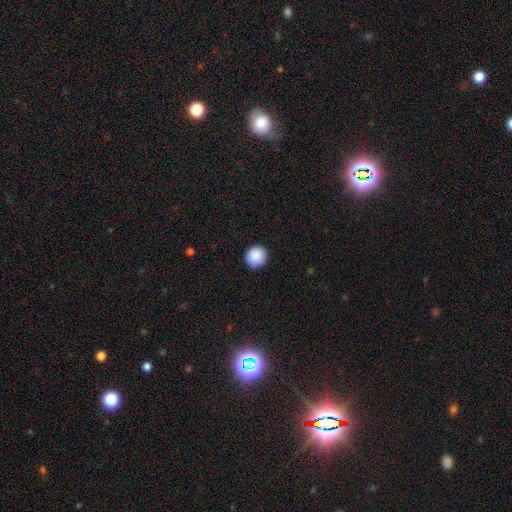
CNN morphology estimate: A smooth galaxy with no disk features (89%) that is round (94%).

Vote fractions:
- Smooth or featured? smooth: 89% / star or artifact: 8% / featured or disk: 3%
- How rounded? round: 94% / in between: 5% / cigar-shaped: 1%
- Merging? none: 90% / minor disturbance: 7% / major disturbance: 2% / merger: 1%